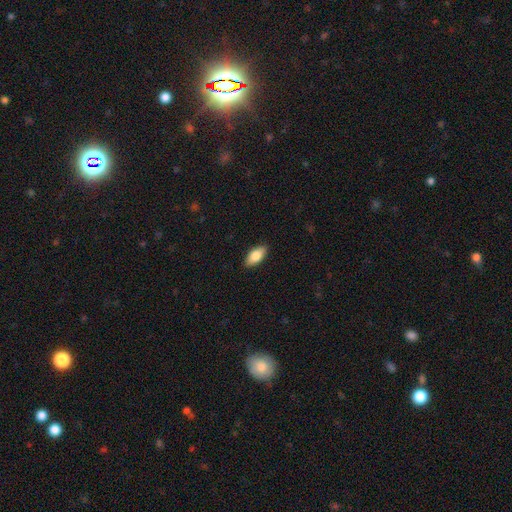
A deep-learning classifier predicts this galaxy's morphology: This appears to be a smooth galaxy with no disk features (82%) that is in between round and cigar-shaped (89%). Merging: none (89%).